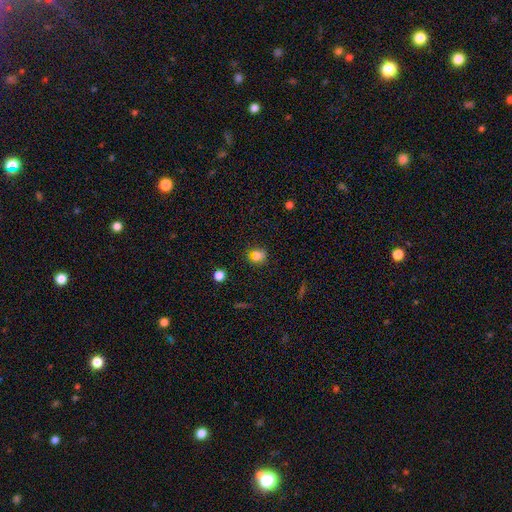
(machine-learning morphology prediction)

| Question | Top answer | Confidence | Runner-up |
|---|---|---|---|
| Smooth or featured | smooth | 77% | star or artifact (14%) |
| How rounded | round | 76% | in between (23%) |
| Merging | none | 79% | minor disturbance (14%) |